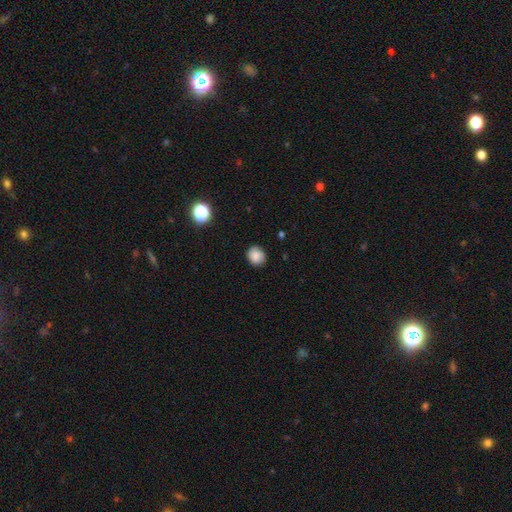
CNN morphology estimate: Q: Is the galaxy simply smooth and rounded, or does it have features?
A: smooth — 82%.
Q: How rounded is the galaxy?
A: round — 75%.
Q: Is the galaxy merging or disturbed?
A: none — 82%.